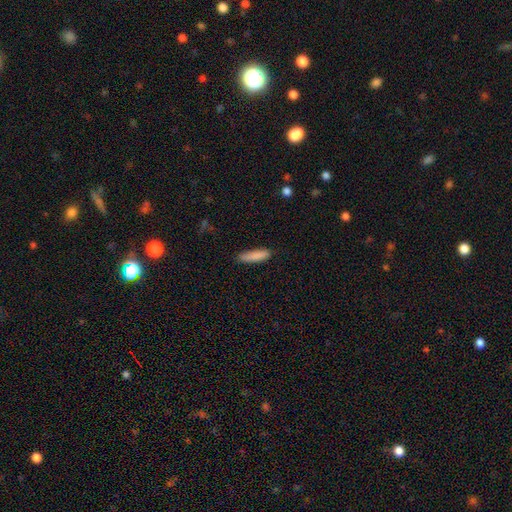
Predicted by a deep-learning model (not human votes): Smooth or featured? smooth (87%)
How rounded? cigar-shaped (74%)
Merging? none (83%)